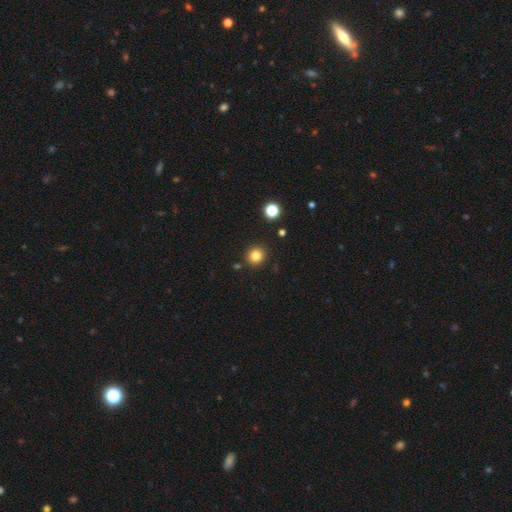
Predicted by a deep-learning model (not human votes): Smooth or featured?
  - smooth: 83% *
  - star or artifact: 12%
  - featured or disk: 5%
How rounded?
  - round: 90% *
  - in between: 9%
  - cigar-shaped: 1%
Merging?
  - none: 89% *
  - minor disturbance: 6%
  - merger: 3%
  - major disturbance: 2%